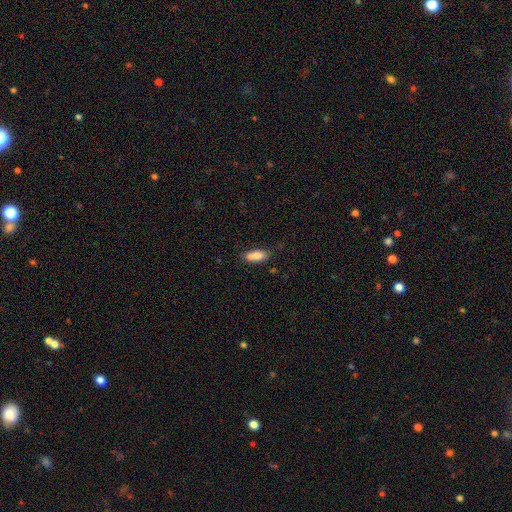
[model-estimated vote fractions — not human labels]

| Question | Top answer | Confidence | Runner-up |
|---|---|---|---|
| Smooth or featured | smooth | 80% | featured or disk (12%) |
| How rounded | in between | 81% | cigar-shaped (16%) |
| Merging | none | 53% | merger (25%) |